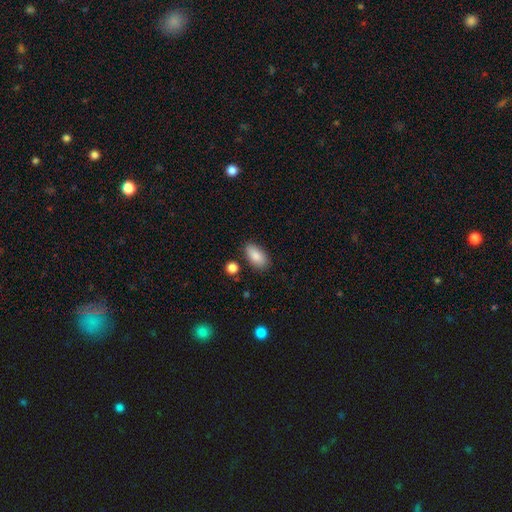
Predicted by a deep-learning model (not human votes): smooth-or-featured: smooth: 87% | star or artifact: 7% | featured or disk: 7%
  how-rounded: in between: 92% | cigar-shaped: 4% | round: 4%
  merging: none: 81% | minor disturbance: 12% | merger: 3% | major disturbance: 3%